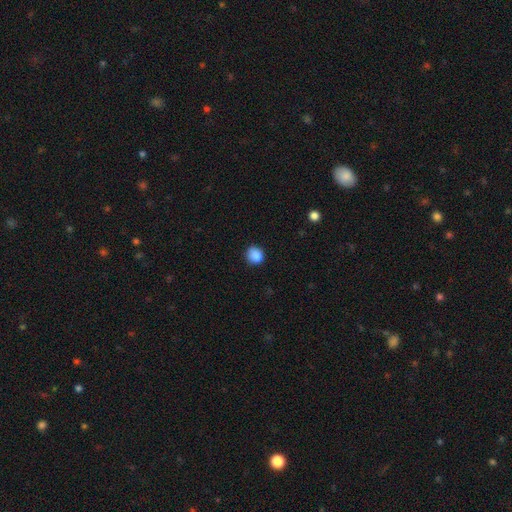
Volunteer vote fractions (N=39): smooth_or_featured: smooth (p=0.87) [alt: star or artifact p=0.08]
how_rounded: round (p=0.88) [alt: in between p=0.12]
merging: none (p=0.81) [alt: minor disturbance p=0.14]